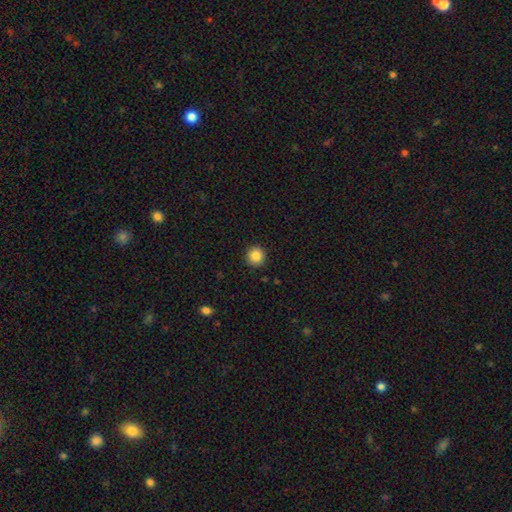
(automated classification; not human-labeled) Q: Smooth or featured?
A: smooth (87%); runner-up: star or artifact (10%)
Q: How rounded?
A: round (93%); runner-up: in between (6%)
Q: Merging?
A: none (91%); runner-up: minor disturbance (6%)